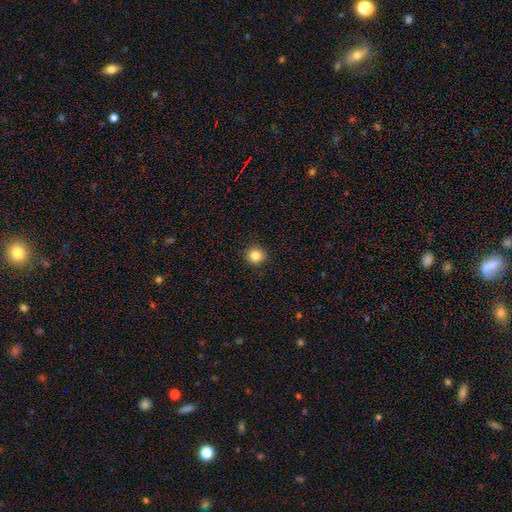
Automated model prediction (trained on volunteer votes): Overall: smooth (85%). How rounded: round (93%). Merging: none (92%).